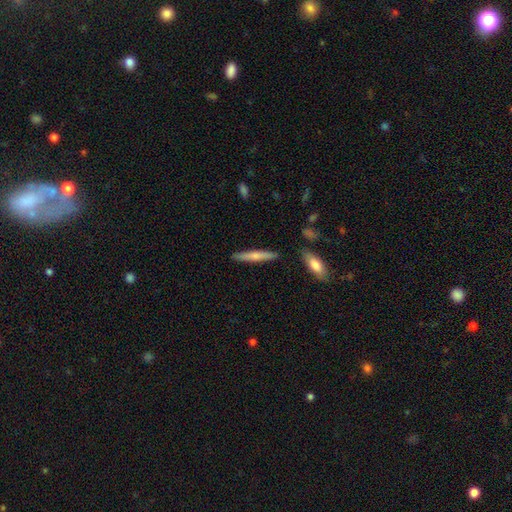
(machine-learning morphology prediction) Overall: smooth (59%; featured or disk 36%). How rounded: cigar-shaped (93%). Merging: none (88%).